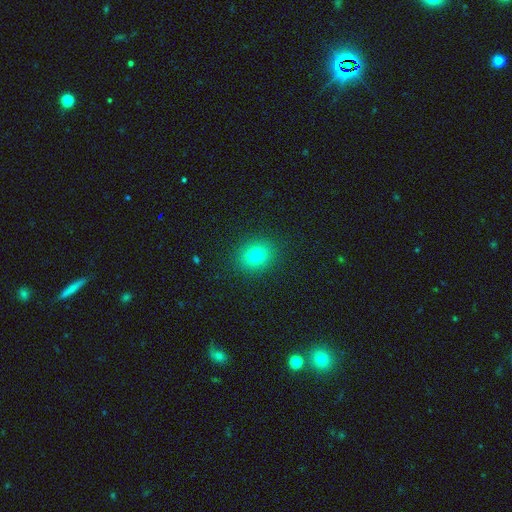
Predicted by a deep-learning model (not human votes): Smooth or featured? smooth (77%)
How rounded? round (65%)
Merging? none (89%)